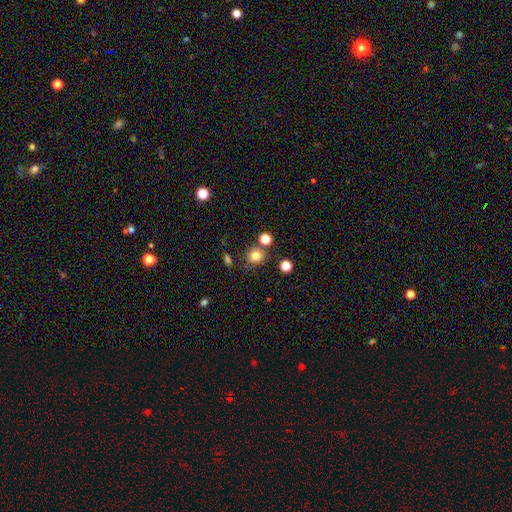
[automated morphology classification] This is clearly a smooth galaxy (80%). How rounded: clearly round (85%). Merging: likely none (75%).